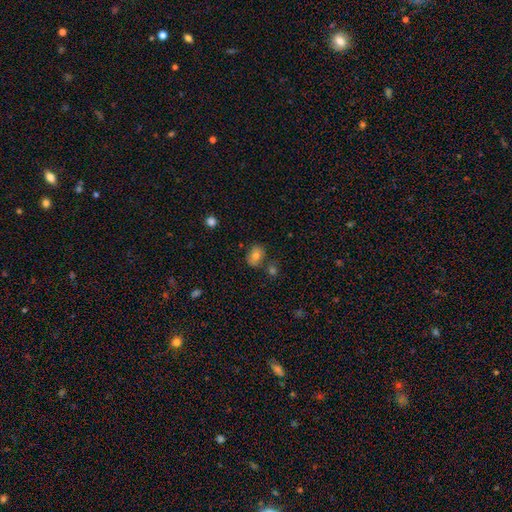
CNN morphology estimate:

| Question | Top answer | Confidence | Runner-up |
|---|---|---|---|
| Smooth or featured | smooth | 75% | featured or disk (15%) |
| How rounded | in between | 60% | round (39%) |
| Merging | none | 69% | minor disturbance (16%) |